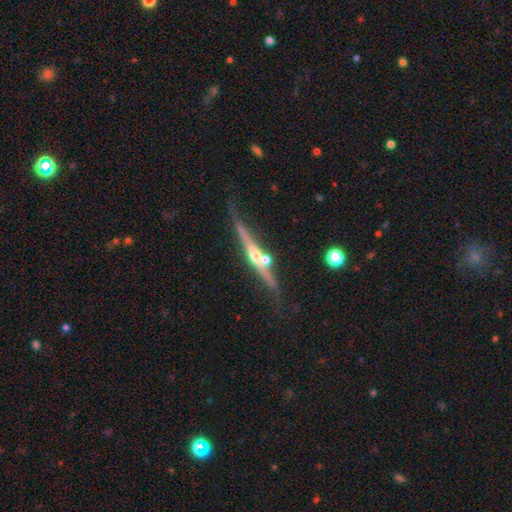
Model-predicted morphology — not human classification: smooth-or-featured: featured or disk: 79% | smooth: 15% | star or artifact: 7%
  disk-edge-on: yes: 96% | no: 4%
    edge-on-bulge: rounded: 89% | none: 7% | boxy: 4%
  merging: none: 68% | minor disturbance: 15% | merger: 13% | major disturbance: 4%